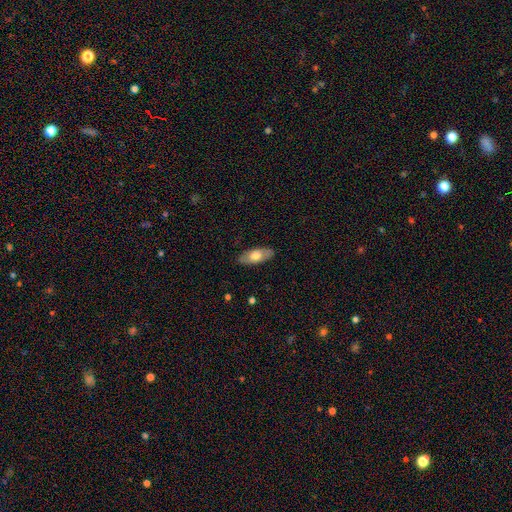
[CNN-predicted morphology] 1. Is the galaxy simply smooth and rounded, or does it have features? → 65% smooth, 29% featured or disk, 6% star or artifact.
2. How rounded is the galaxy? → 84% in between, 14% cigar-shaped, 3% round.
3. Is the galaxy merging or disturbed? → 86% none, 11% minor disturbance, 2% major disturbance, 1% merger.